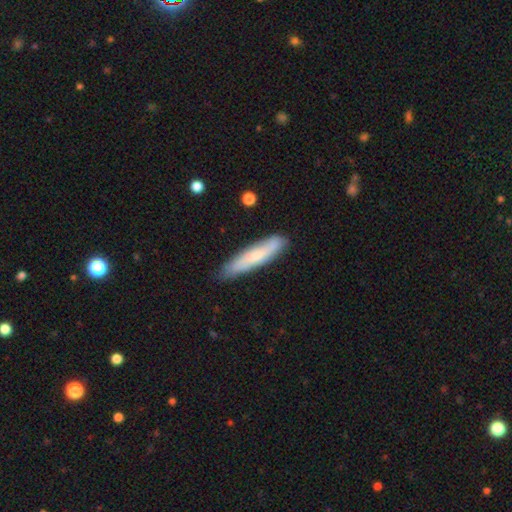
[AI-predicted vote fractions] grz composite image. It shows a smooth galaxy with no disk features (64%) that is cigar-shaped (85%). Merging: none (79%).